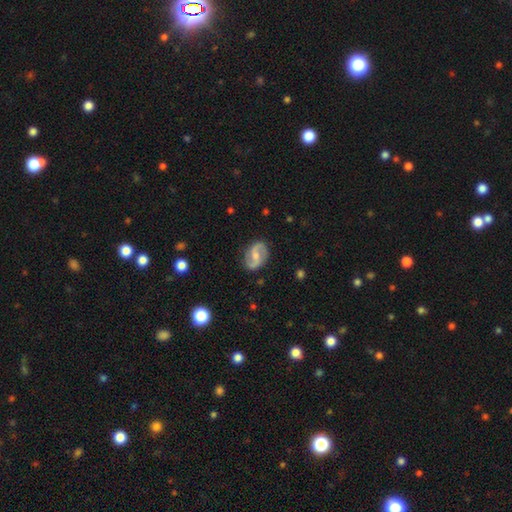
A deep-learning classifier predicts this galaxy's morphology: Overall: featured or disk (82%). Edge-on disk: no (98%). Bar: weak (46%; no 34%). Spiral arms: yes (94%). Spiral arm count: 2 (93%). Spiral winding: loose (47%; medium 40%). Bulge size: moderate (46%; small 45%). Merging: none (83%).